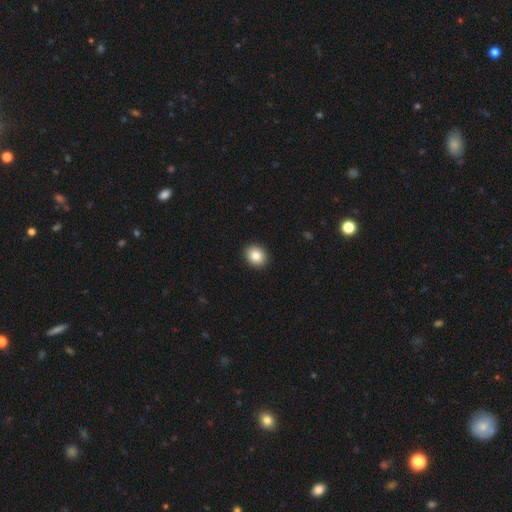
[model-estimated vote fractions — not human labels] A smooth galaxy with no disk features (85%) that is round (63%).

Vote fractions:
- Smooth or featured? smooth: 85% / star or artifact: 9% / featured or disk: 6%
- How rounded? round: 63% / in between: 36% / cigar-shaped: 1%
- Merging? none: 92% / minor disturbance: 5% / major disturbance: 2% / merger: 1%